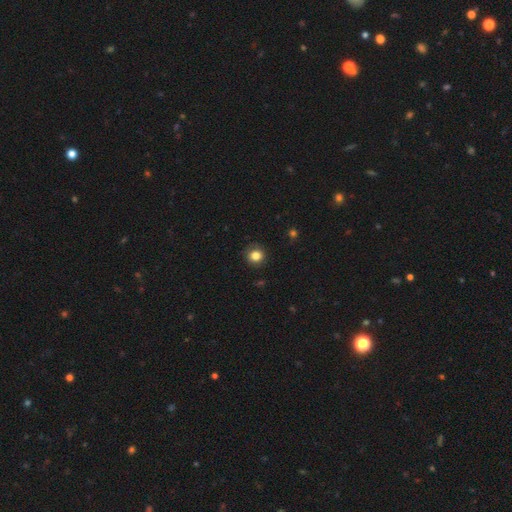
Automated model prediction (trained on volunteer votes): A smooth galaxy with no disk features (83%) that is round (90%). Merging: none (87%).